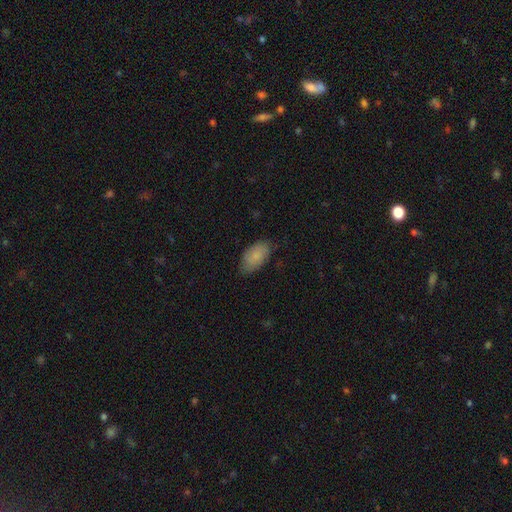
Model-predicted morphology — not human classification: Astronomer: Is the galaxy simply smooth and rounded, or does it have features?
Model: smooth — 85%.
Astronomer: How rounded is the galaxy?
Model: in between — 94%.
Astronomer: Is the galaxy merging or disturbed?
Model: none — 77%.